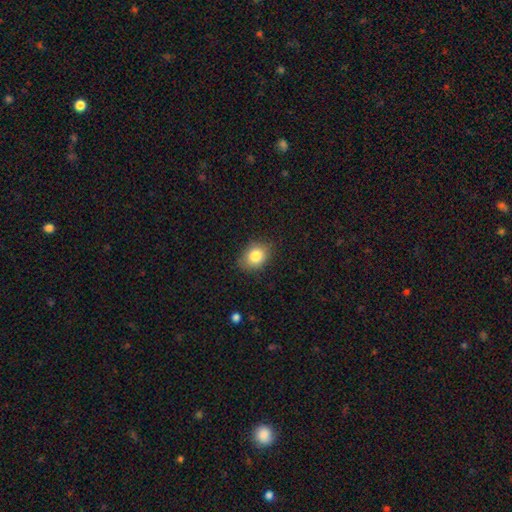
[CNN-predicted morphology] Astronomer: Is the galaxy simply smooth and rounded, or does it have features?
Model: smooth — 83%.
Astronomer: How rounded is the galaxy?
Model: in between — 57% (runner-up: round, 42%).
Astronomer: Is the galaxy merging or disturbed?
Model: none — 79%.